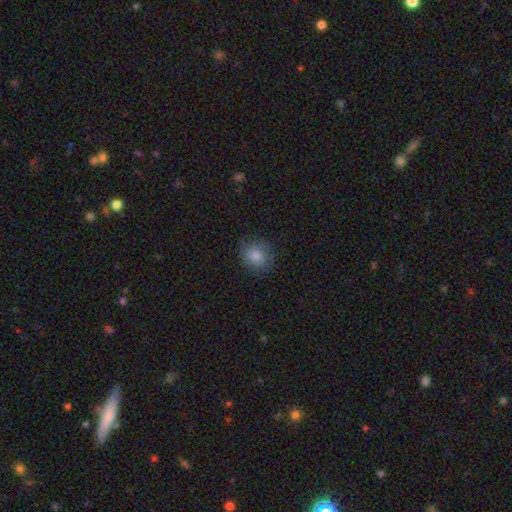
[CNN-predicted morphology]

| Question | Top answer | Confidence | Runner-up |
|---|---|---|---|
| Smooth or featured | smooth | 79% | featured or disk (11%) |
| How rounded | round | 73% | in between (26%) |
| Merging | none | 80% | minor disturbance (15%) |